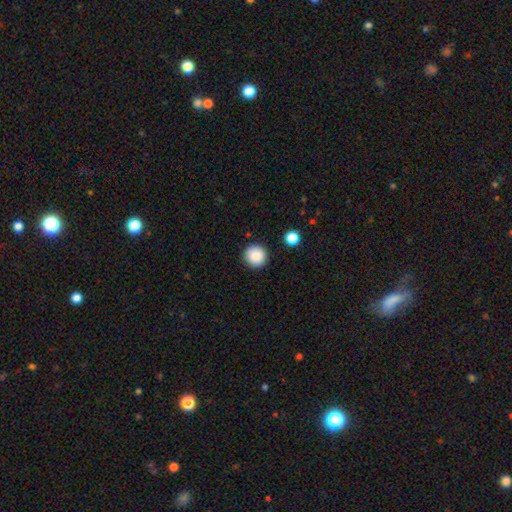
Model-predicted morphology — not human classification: Smooth or featured? smooth (87%)
How rounded? round (95%)
Merging? none (91%)